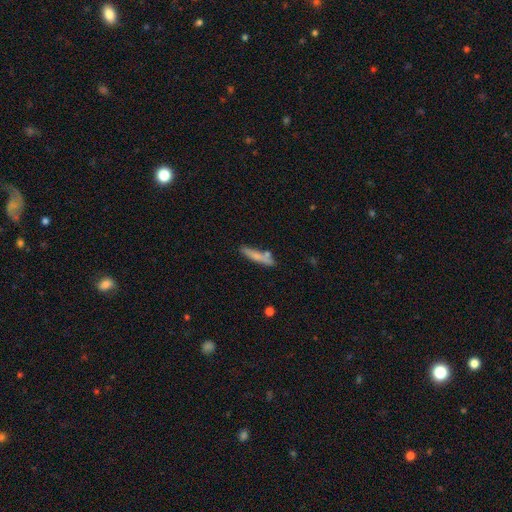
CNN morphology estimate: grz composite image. It shows a smooth galaxy with no disk features (69%) that is cigar-shaped (85%). Merging: none (69%).